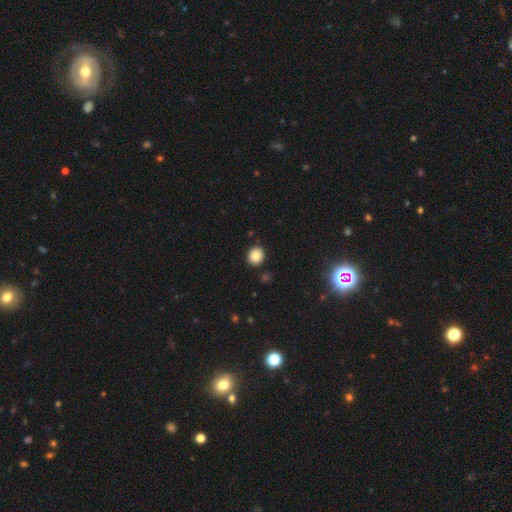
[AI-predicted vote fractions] smooth-or-featured: smooth: 84% | star or artifact: 10% | featured or disk: 6%
  how-rounded: round: 81% | in between: 18% | cigar-shaped: 1%
  merging: none: 89% | minor disturbance: 7% | merger: 2% | major disturbance: 2%